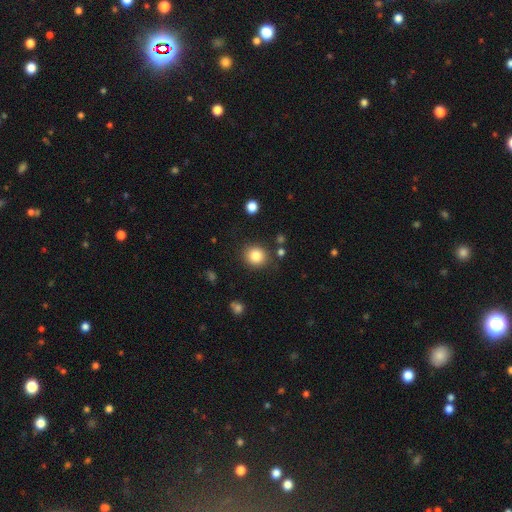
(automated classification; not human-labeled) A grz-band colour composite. It shows a smooth galaxy with no disk features (84%) that is round (85%). Merging: none (86%).